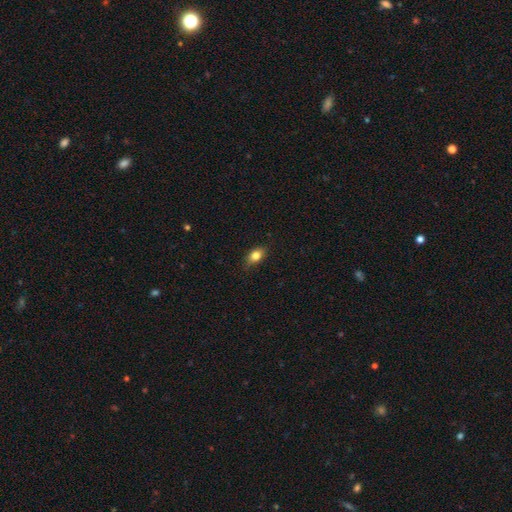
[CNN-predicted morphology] Smooth or featured?
  - smooth: 80% *
  - featured or disk: 11%
  - star or artifact: 9%
How rounded?
  - in between: 80% *
  - round: 15%
  - cigar-shaped: 5%
Merging?
  - none: 80% *
  - minor disturbance: 17%
  - major disturbance: 3%
  - merger: 1%